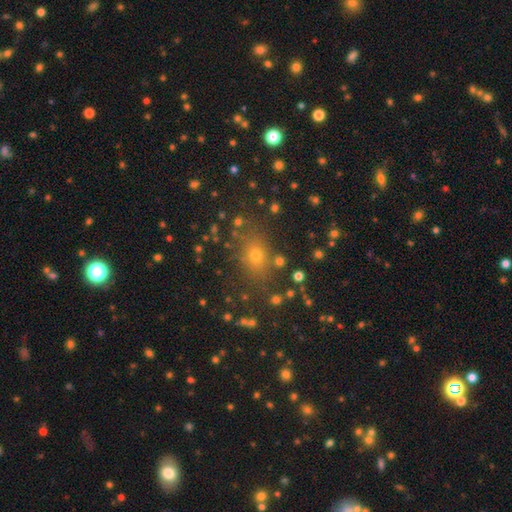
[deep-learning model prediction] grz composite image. It shows a smooth galaxy with no disk features (63%) that is round (51%). Merging: none (80%).